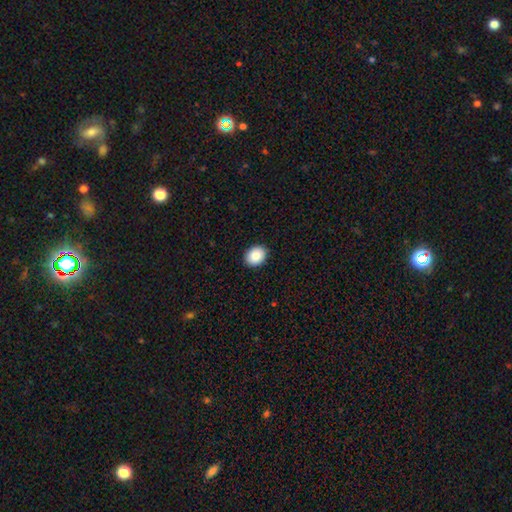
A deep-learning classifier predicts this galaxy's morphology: Smooth or featured? smooth (86%)
How rounded? in between (55%)
Merging? none (91%)